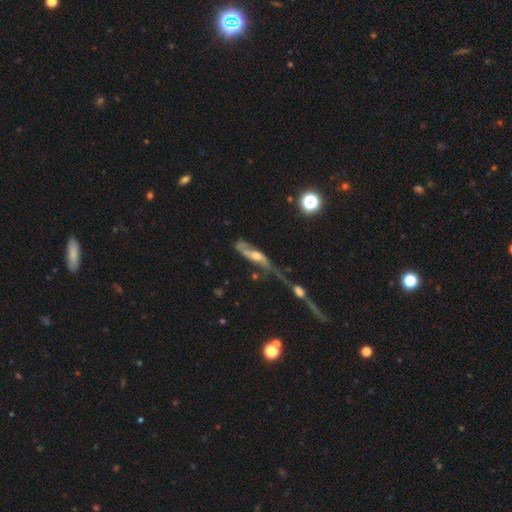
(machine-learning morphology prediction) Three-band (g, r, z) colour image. It shows a featured or disk galaxy (68%). Merging: merger (32%).